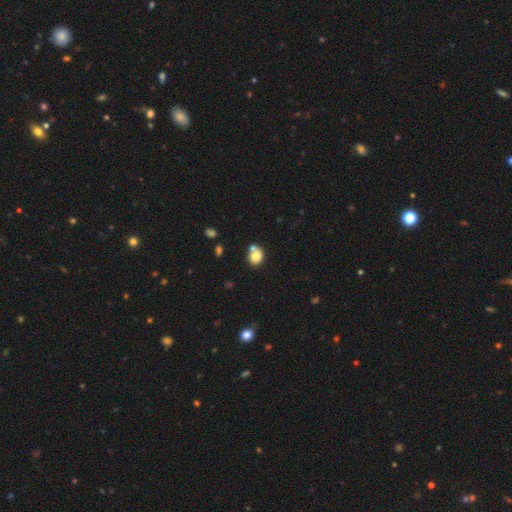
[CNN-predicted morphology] smooth-or-featured: smooth: 79% | featured or disk: 12% | star or artifact: 10%
  how-rounded: round: 58% | in between: 41% | cigar-shaped: 1%
  merging: none: 46% | merger: 36% | minor disturbance: 13% | major disturbance: 5%